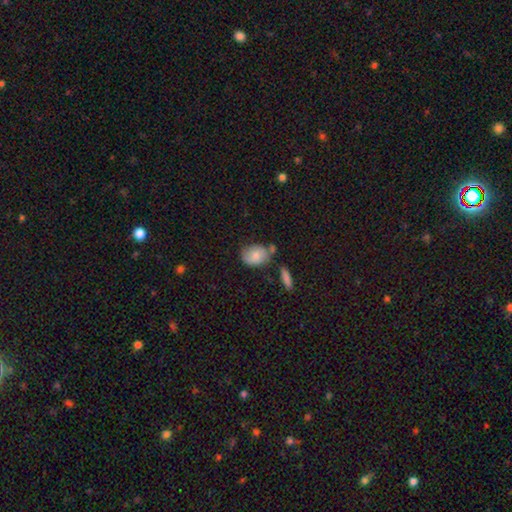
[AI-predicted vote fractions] Q: Smooth or featured?
A: smooth (72%); runner-up: featured or disk (21%)
Q: How rounded?
A: in between (73%); runner-up: round (25%)
Q: Merging?
A: none (57%); runner-up: minor disturbance (23%)